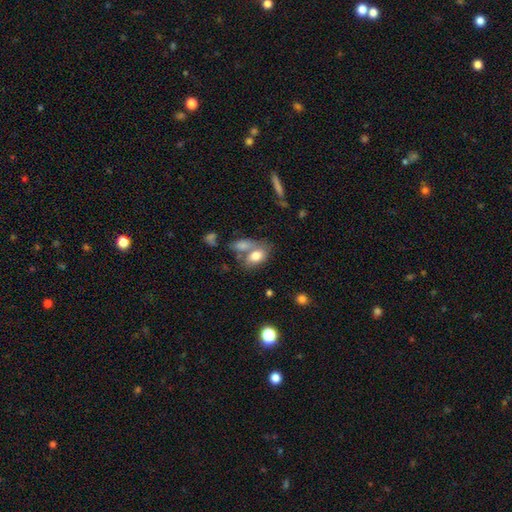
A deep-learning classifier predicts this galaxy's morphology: smooth_or_featured: smooth (p=0.73) [alt: featured or disk p=0.17]
how_rounded: in between (p=0.85) [alt: round p=0.11]
merging: merger (p=0.42) [alt: none p=0.40]